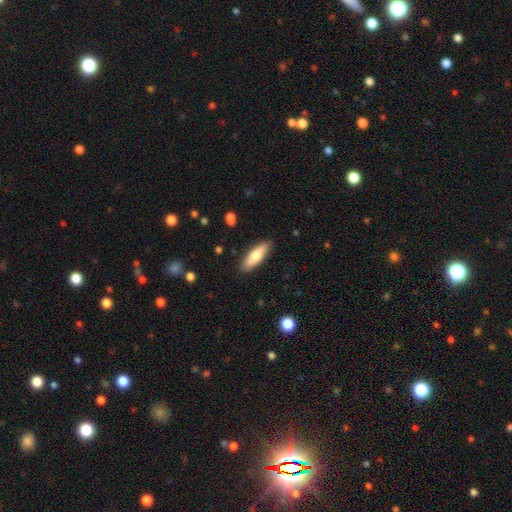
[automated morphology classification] smooth 72%, featured or disk 22%, star or artifact 6%. Down the decision tree: how rounded — in between (49%, tied with cigar-shaped); merging — none (88%).